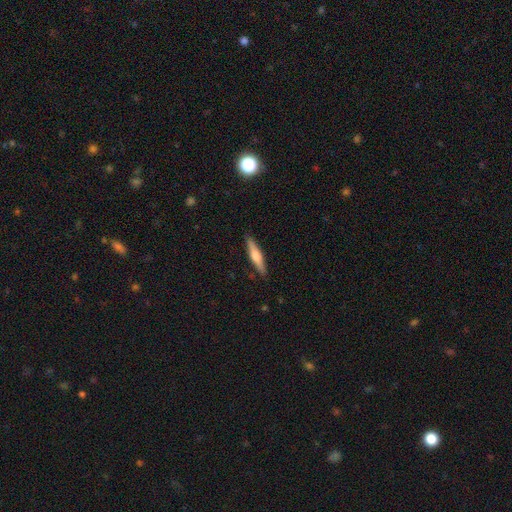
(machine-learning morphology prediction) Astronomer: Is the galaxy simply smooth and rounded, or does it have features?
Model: smooth — 49% (runner-up: featured or disk, 45%).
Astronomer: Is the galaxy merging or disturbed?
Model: none — 89%.